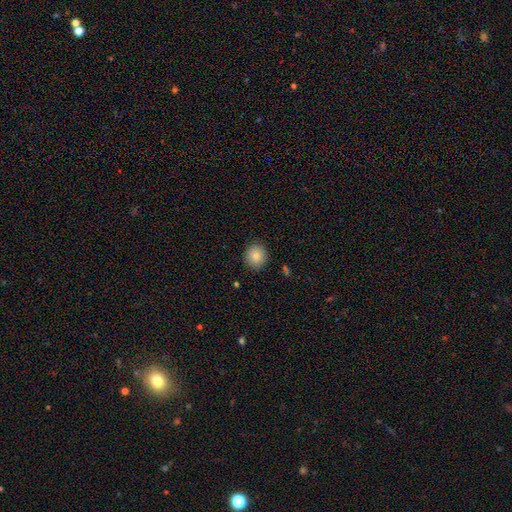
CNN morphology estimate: Smooth or featured? smooth (84%)
How rounded? round (86%)
Merging? none (89%)